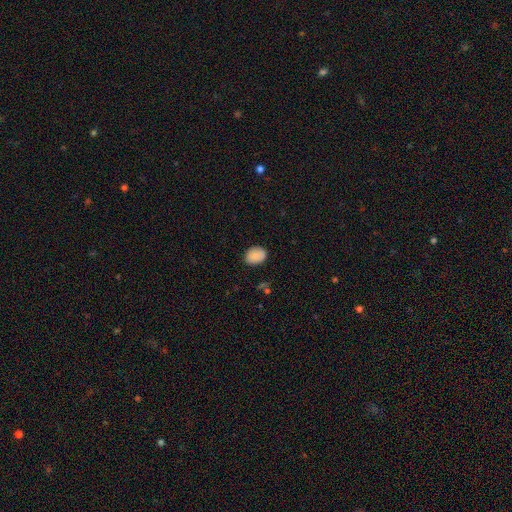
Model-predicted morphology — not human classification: This is clearly a smooth galaxy (85%). How rounded: likely in between (65%). Merging: clearly none (81%).